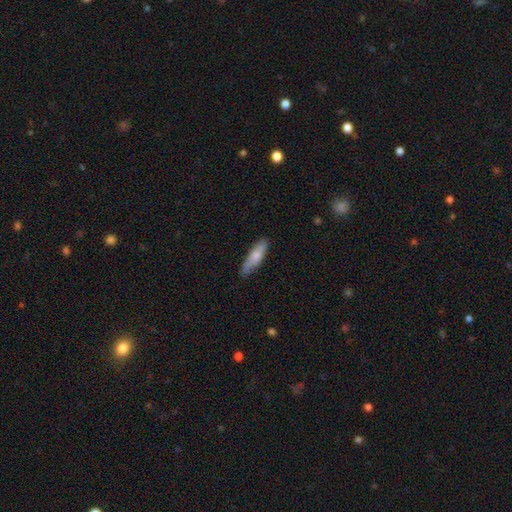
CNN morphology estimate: smooth 73%, featured or disk 22%, star or artifact 5%. Down the decision tree: how rounded — cigar-shaped (60%); merging — none (77%).